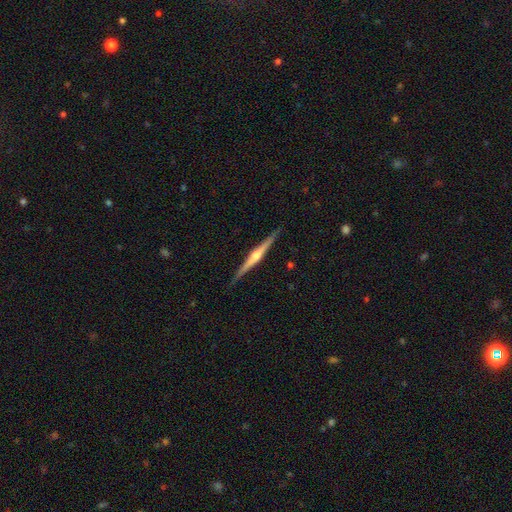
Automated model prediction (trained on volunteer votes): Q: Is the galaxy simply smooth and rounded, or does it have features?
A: featured or disk — 81%.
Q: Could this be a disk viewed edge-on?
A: yes — 99%.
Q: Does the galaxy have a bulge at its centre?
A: rounded — 89%.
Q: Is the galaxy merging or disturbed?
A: none — 90%.